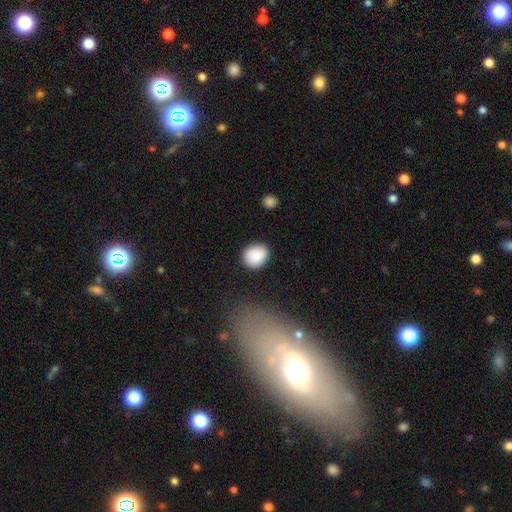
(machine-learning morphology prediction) Smooth or featured?
  - smooth: 88% *
  - star or artifact: 7%
  - featured or disk: 4%
How rounded?
  - round: 66% *
  - in between: 33%
  - cigar-shaped: 1%
Merging?
  - none: 85% *
  - minor disturbance: 11%
  - major disturbance: 3%
  - merger: 2%